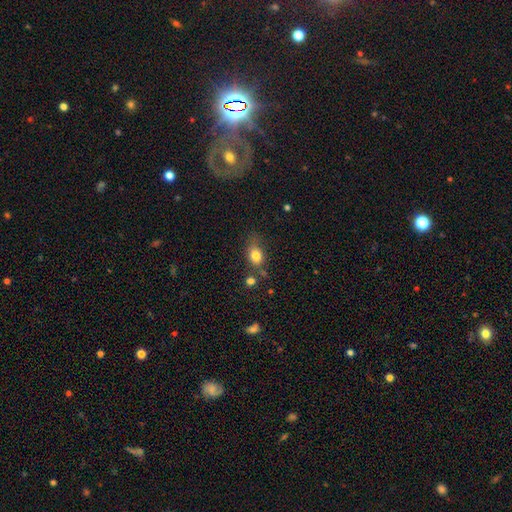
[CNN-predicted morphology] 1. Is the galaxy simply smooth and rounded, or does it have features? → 80% smooth, 11% star or artifact, 9% featured or disk.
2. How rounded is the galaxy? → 59% in between, 39% round, 2% cigar-shaped.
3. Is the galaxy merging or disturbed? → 56% none, 24% minor disturbance, 11% merger, 9% major disturbance.